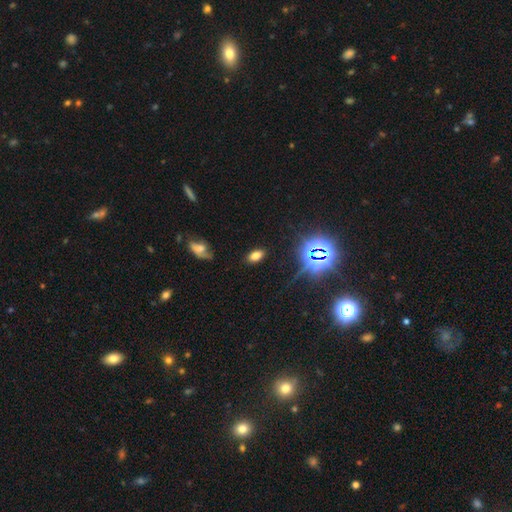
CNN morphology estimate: Smooth or featured?
  - smooth: 69% *
  - star or artifact: 23%
  - featured or disk: 9%
How rounded?
  - in between: 91% *
  - round: 6%
  - cigar-shaped: 3%
Merging?
  - none: 86% *
  - minor disturbance: 9%
  - major disturbance: 3%
  - merger: 2%